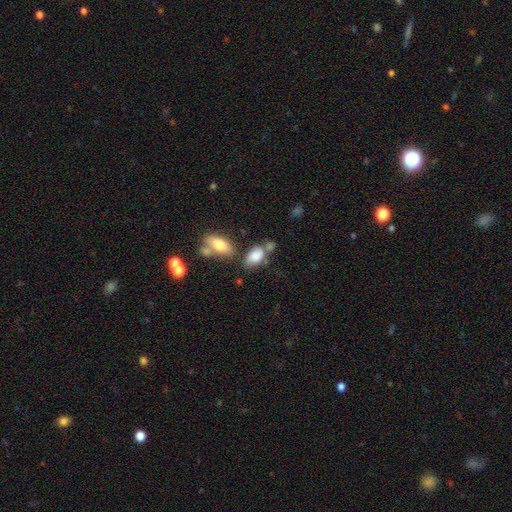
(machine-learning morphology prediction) A smooth galaxy with no disk features (81%) that is in between round and cigar-shaped (91%). Merging: none (43%).